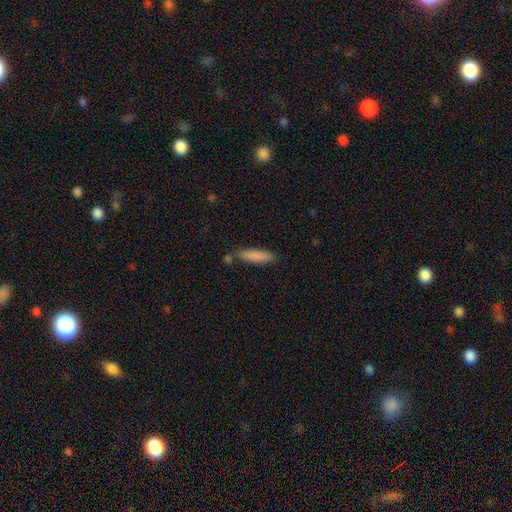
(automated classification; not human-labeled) This appears to be a smooth galaxy with no disk features (84%) that is cigar-shaped (73%). Merging: none (77%).